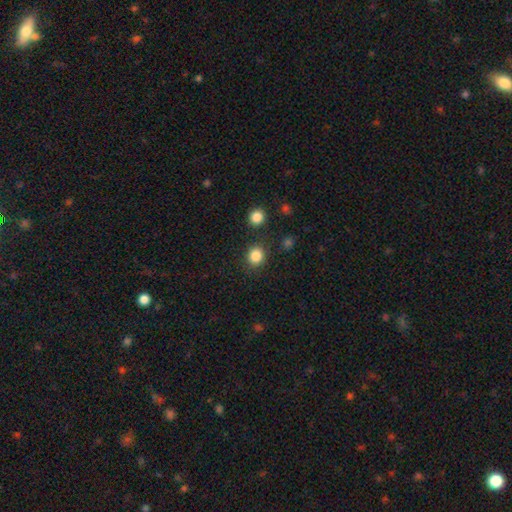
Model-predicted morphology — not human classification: A smooth galaxy with no disk features (85%) that is round (83%).

Vote fractions:
- Smooth or featured? smooth: 85% / star or artifact: 11% / featured or disk: 4%
- How rounded? round: 83% / in between: 16% / cigar-shaped: 1%
- Merging? none: 86% / minor disturbance: 8% / merger: 4% / major disturbance: 3%